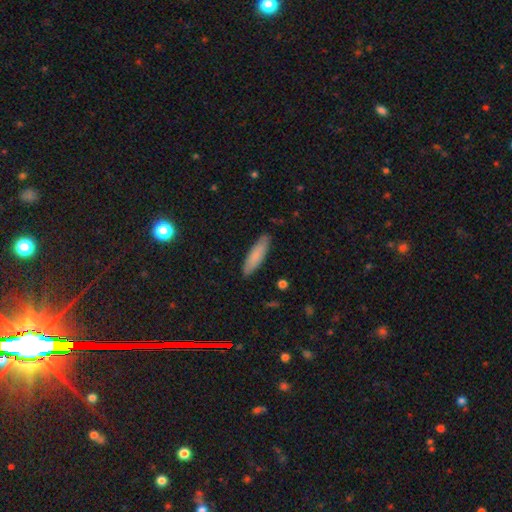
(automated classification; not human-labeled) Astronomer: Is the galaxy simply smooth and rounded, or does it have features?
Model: smooth — 80%.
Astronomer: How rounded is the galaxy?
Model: cigar-shaped — 67%.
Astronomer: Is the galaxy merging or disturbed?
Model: none — 86%.